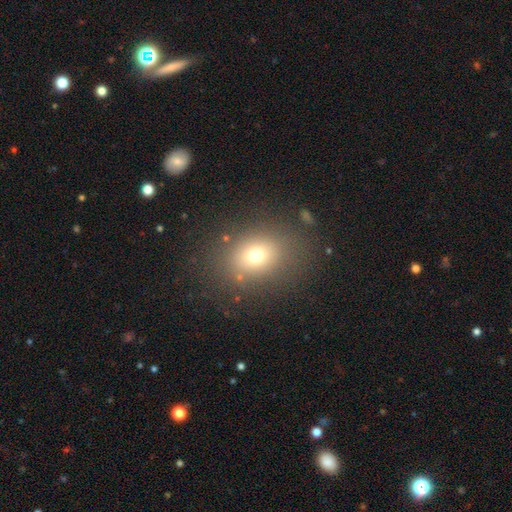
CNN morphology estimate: A smooth galaxy with no disk features (71%) that is in between round and cigar-shaped (53%).

Vote fractions:
- Smooth or featured? smooth: 71% / star or artifact: 16% / featured or disk: 13%
- How rounded? in between: 53% / round: 46% / cigar-shaped: 1%
- Merging? none: 79% / minor disturbance: 11% / major disturbance: 7% / merger: 2%